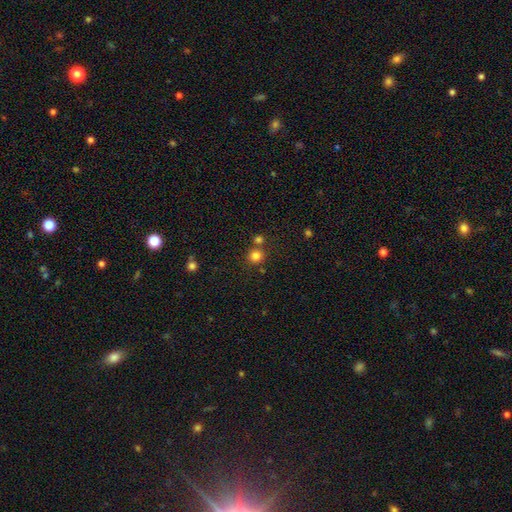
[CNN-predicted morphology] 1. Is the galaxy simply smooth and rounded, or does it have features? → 81% smooth, 13% star or artifact, 5% featured or disk.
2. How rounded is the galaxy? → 90% round, 9% in between, 1% cigar-shaped.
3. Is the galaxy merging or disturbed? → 71% none, 18% merger, 8% minor disturbance, 3% major disturbance.